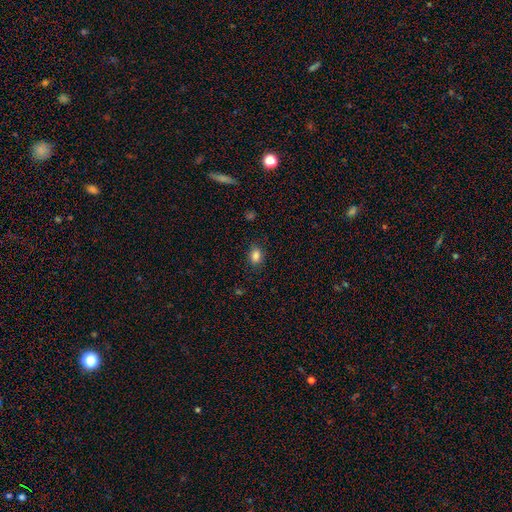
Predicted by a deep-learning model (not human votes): smooth 84%, star or artifact 11%, featured or disk 5%. Down the decision tree: how rounded — in between (70%); merging — none (84%).